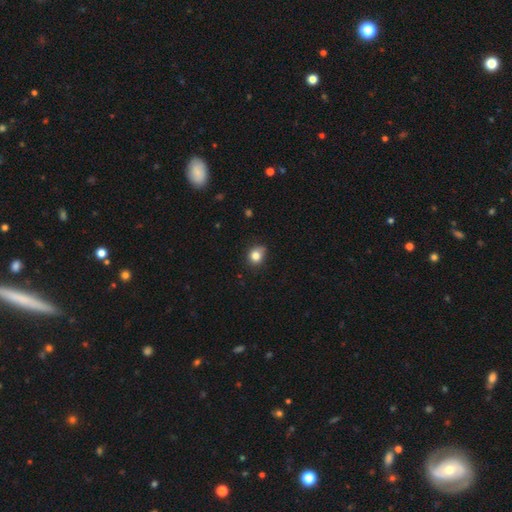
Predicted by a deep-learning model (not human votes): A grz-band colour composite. It shows a smooth galaxy with no disk features (82%) that is round (72%). Merging: none (67%).